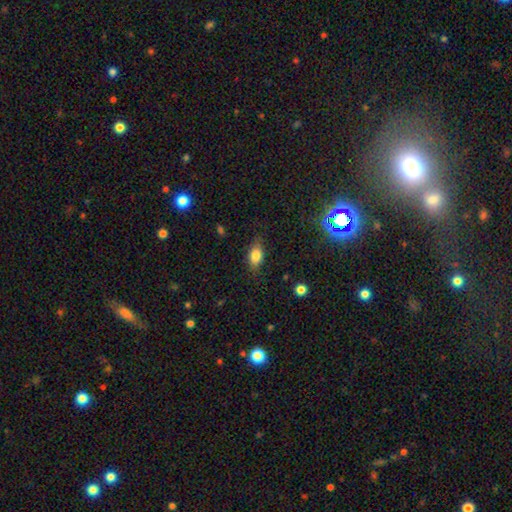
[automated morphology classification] Overall: smooth (82%). How rounded: in between (86%). Merging: none (79%).